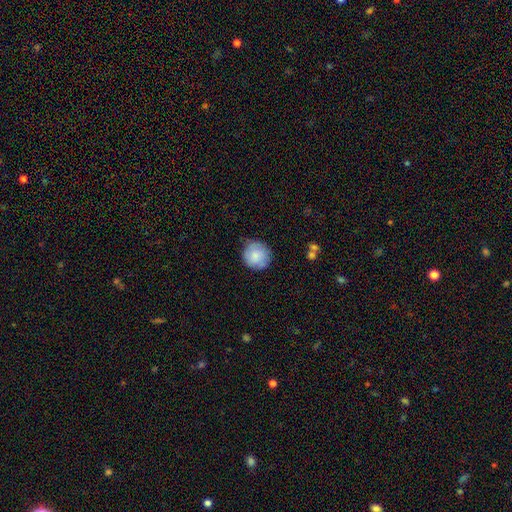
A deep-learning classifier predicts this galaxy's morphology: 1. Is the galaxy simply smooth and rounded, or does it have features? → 79% smooth, 14% featured or disk, 6% star or artifact.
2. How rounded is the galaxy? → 93% round, 6% in between, 1% cigar-shaped.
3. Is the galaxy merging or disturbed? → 78% none, 17% minor disturbance, 3% major disturbance, 1% merger.